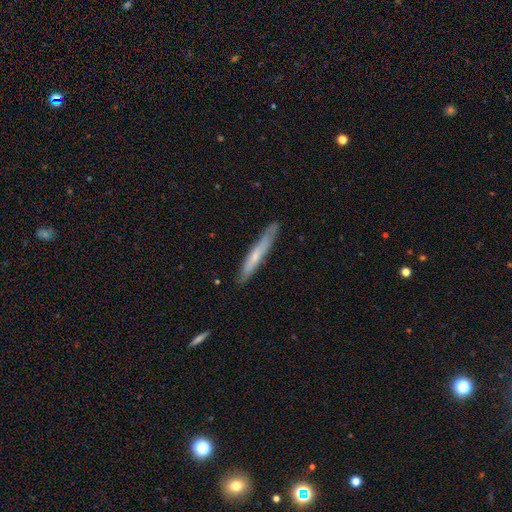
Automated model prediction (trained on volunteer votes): This appears to be a smooth galaxy with no disk features (55%) that is cigar-shaped (95%). Merging: none (83%).